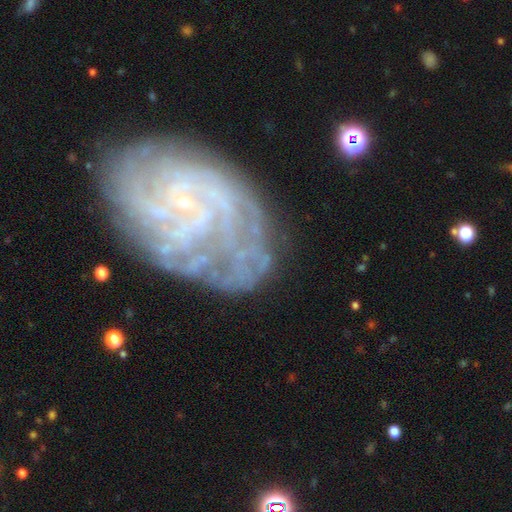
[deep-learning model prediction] This appears to be a featured or disk galaxy (75%) with no bar (68%), tight (67%) spiral arms (85%) and a small central bulge (68%). Merging: none (60%).